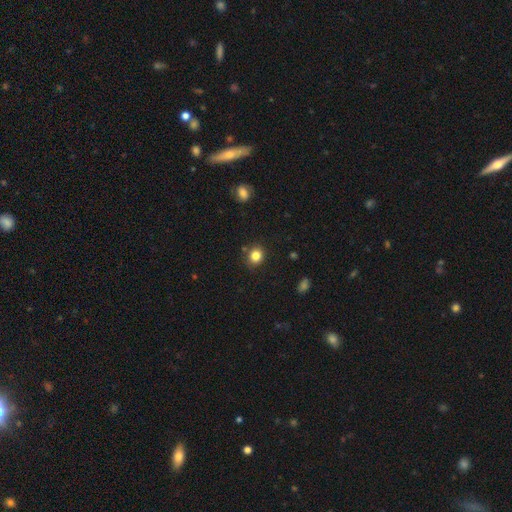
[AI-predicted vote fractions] Smooth or featured? Predicted: smooth (p=0.83). How rounded? Predicted: round (p=0.78). Merging? Predicted: none (p=0.85).